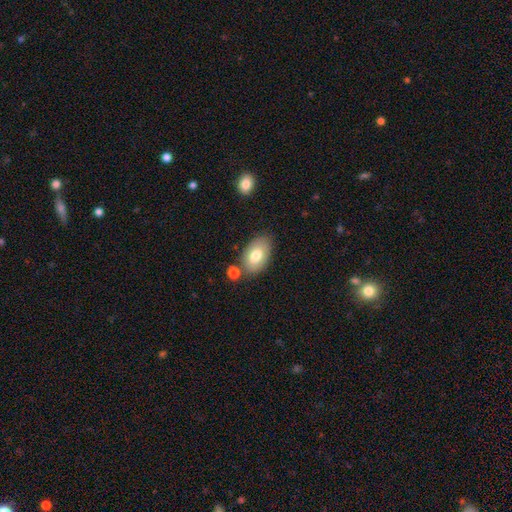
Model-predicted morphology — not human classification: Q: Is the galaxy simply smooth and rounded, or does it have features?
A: smooth — 77%.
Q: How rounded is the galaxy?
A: in between — 92%.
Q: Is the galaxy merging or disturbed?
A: none — 72%.